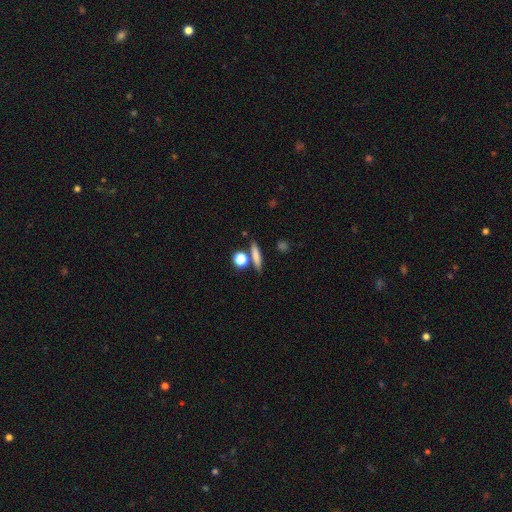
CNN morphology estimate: Smooth or featured?
  - smooth: 73% *
  - featured or disk: 17%
  - star or artifact: 10%
How rounded?
  - cigar-shaped: 67% *
  - in between: 18%
  - round: 16%
Merging?
  - none: 76% *
  - merger: 12%
  - minor disturbance: 9%
  - major disturbance: 3%